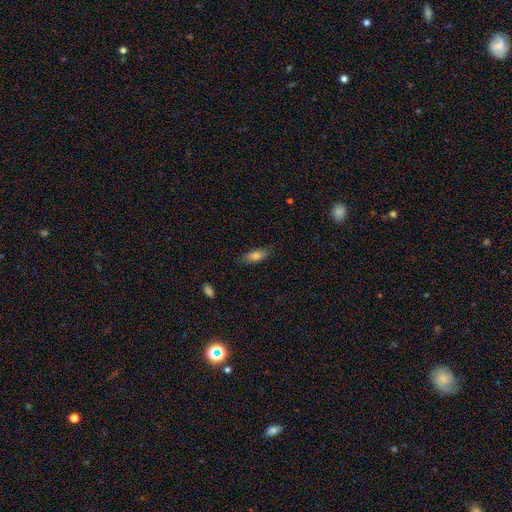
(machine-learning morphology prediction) Smooth or featured? Predicted: smooth (p=0.80). How rounded? Predicted: in between (p=0.78). Merging? Predicted: none (p=0.80).